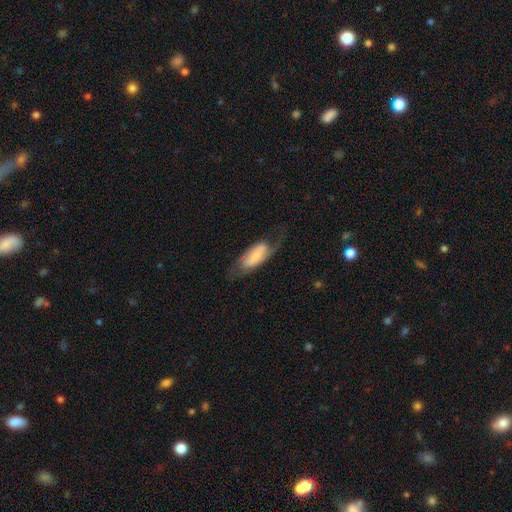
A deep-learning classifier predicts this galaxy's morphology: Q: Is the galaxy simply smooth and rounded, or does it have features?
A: featured or disk — 57%.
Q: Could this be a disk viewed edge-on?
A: no — 88%.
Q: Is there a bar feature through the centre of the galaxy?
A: weak — 35%.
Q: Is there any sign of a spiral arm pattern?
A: yes — 84%.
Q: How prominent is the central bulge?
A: small — 55%.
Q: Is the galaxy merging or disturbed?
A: none — 57%.